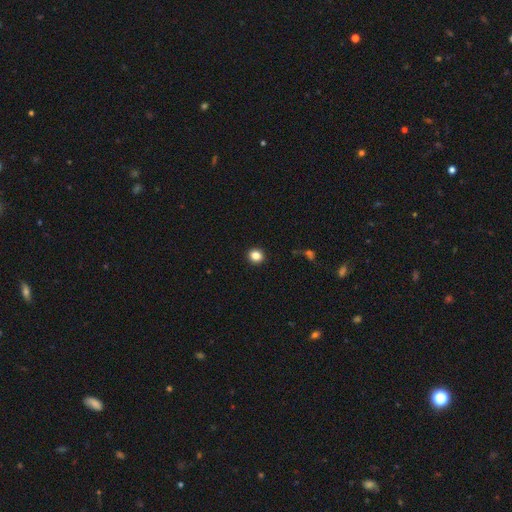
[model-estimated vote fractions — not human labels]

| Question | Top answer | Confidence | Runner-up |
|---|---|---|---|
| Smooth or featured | smooth | 84% | star or artifact (11%) |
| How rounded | round | 86% | in between (13%) |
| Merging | none | 92% | minor disturbance (5%) |